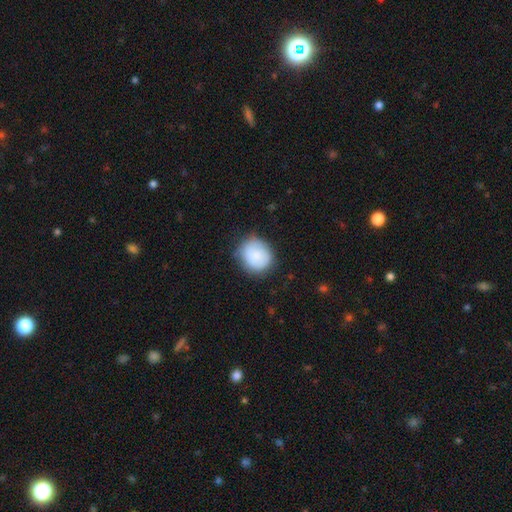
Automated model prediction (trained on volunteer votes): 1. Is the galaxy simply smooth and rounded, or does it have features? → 83% smooth, 10% featured or disk, 7% star or artifact.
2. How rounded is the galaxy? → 77% round, 22% in between, 1% cigar-shaped.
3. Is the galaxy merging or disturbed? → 71% none, 21% minor disturbance, 6% major disturbance, 2% merger.